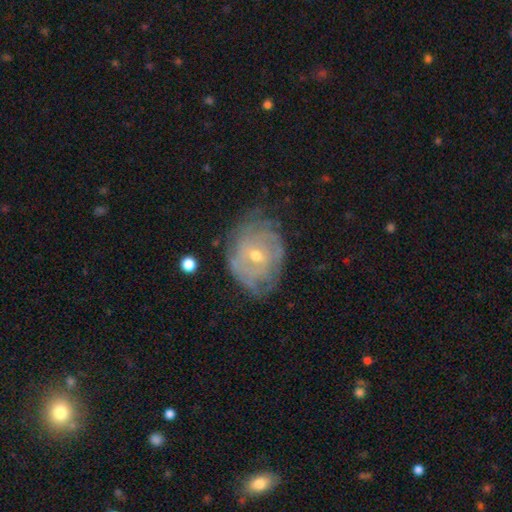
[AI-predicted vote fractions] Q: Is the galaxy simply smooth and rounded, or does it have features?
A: featured or disk — 74%.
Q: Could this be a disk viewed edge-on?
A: no — 96%.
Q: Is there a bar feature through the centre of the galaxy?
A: no — 63%.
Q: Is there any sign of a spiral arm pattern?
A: yes — 79%.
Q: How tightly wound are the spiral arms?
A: tight — 66%.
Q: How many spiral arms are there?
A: can't tell — 58%.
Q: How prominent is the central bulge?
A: small — 51%.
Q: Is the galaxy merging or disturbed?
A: none — 60%.